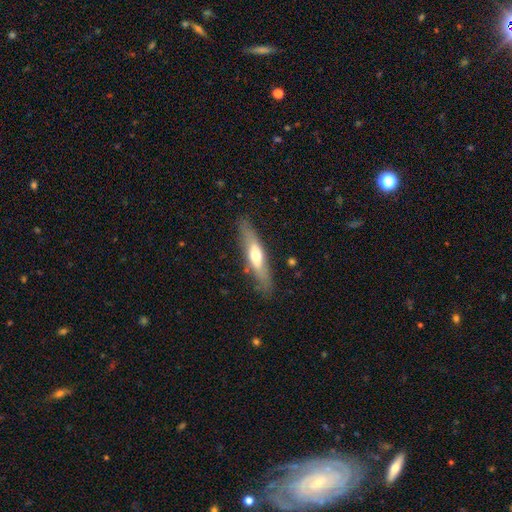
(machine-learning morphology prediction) smooth 48%, featured or disk 47%, star or artifact 6%. Down the decision tree: merging — none (82%).